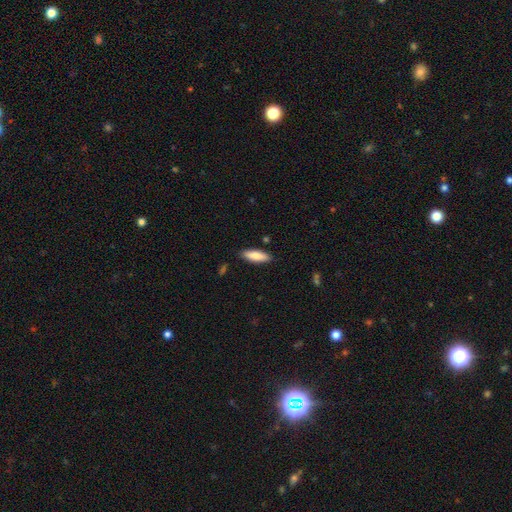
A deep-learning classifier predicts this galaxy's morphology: Smooth or featured? Predicted: smooth (p=0.82). How rounded? Predicted: in between (p=0.53). Merging? Predicted: none (p=0.87).